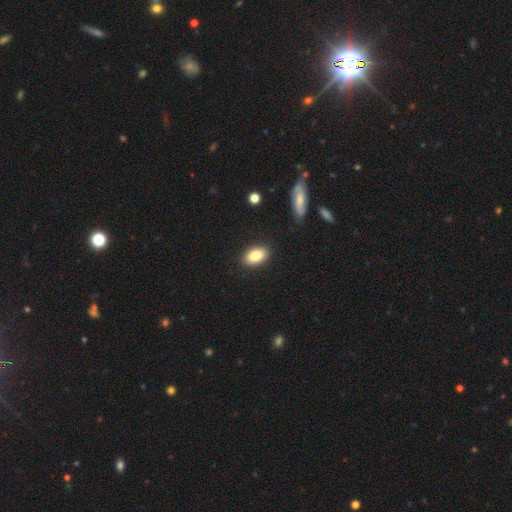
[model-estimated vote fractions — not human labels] The model was most divided on "smooth or featured": smooth: 81%, featured or disk: 11%, star or artifact: 8%. More confident: merging — none (89%); how rounded — in between (88%).